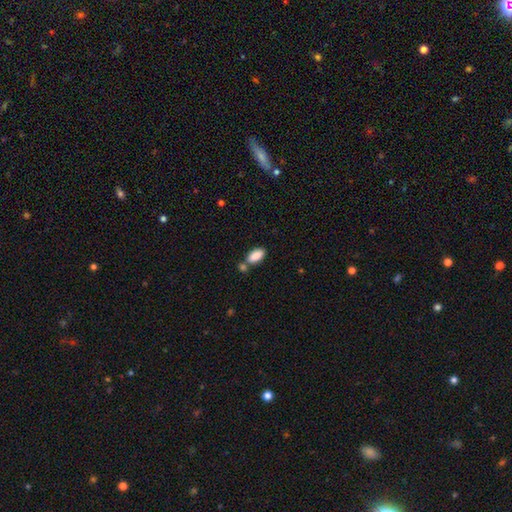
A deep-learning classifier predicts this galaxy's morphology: type=smooth (88%); roundness=in between (92%); merging=none (59%).